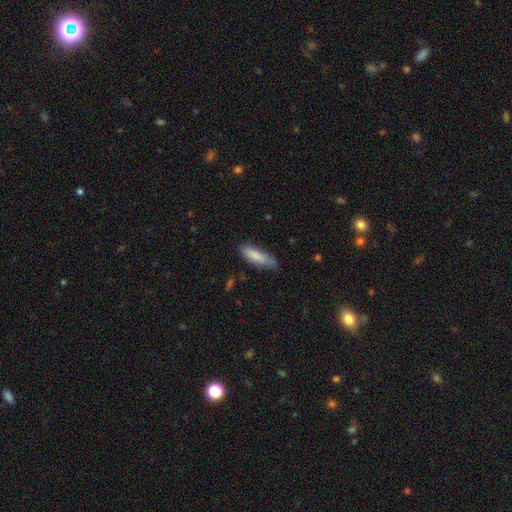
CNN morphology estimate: A smooth galaxy with no disk features (83%) that is cigar-shaped (57%).

Vote fractions:
- Smooth or featured? smooth: 83% / featured or disk: 11% / star or artifact: 6%
- How rounded? cigar-shaped: 57% / in between: 42% / round: 1%
- Merging? none: 62% / minor disturbance: 31% / major disturbance: 6% / merger: 2%